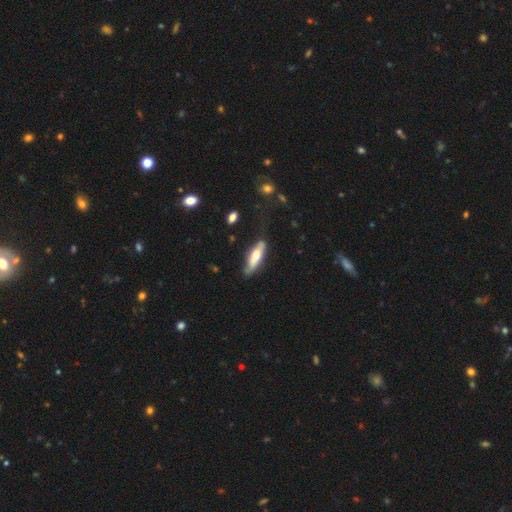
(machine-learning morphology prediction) smooth_or_featured: smooth (p=0.55) [alt: featured or disk p=0.40]
how_rounded: cigar-shaped (p=0.58) [alt: in between p=0.41]
merging: none (p=0.71) [alt: minor disturbance p=0.21]